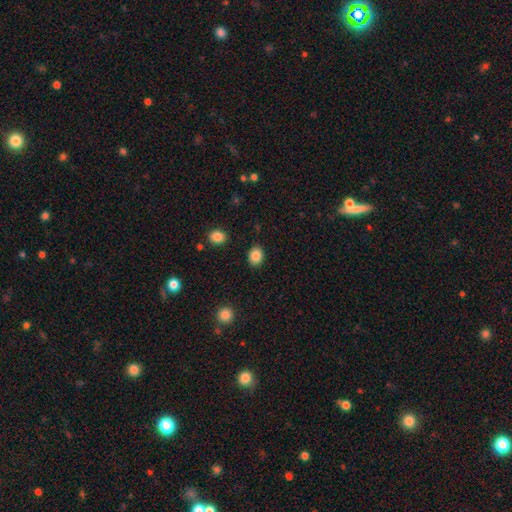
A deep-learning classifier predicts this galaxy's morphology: A smooth galaxy with no disk features (86%) that is in between round and cigar-shaped (54%). Merging: none (89%).